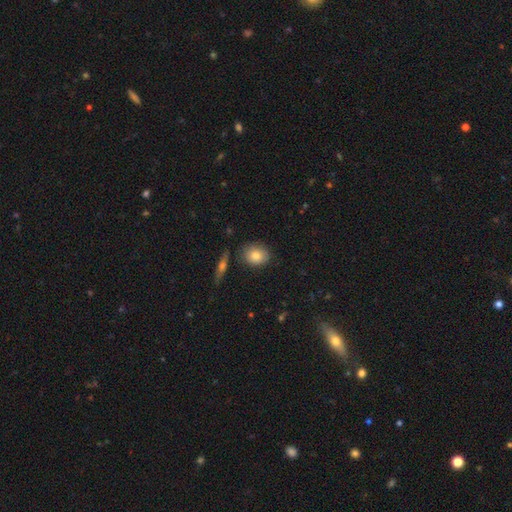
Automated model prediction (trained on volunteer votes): This is clearly a smooth galaxy (82%). How rounded: possibly round (59%). Merging: clearly none (82%).